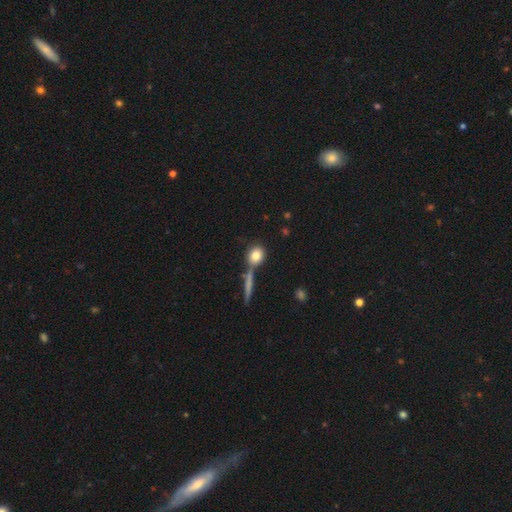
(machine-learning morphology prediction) Q: Smooth or featured?
A: smooth (80%); runner-up: featured or disk (11%)
Q: How rounded?
A: round (71%); runner-up: in between (23%)
Q: Merging?
A: none (64%); runner-up: merger (21%)